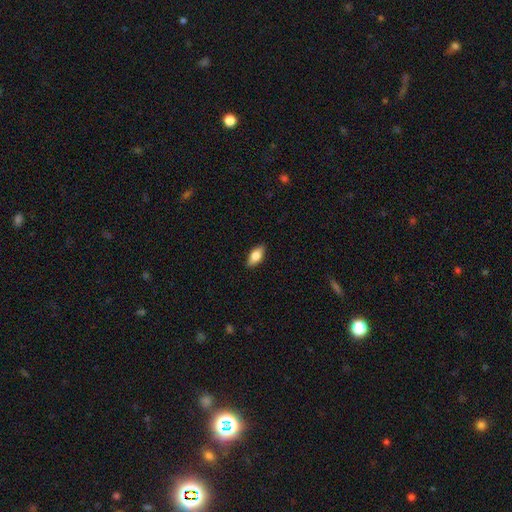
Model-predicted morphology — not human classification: A smooth galaxy with no disk features (74%) that is in between round and cigar-shaped (85%). Merging: none (88%).